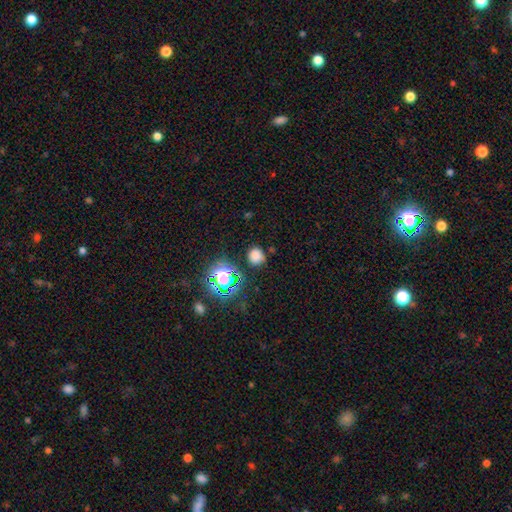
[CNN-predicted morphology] This appears to be a smooth galaxy with no disk features (70%) that is round (80%). Merging: none (82%).